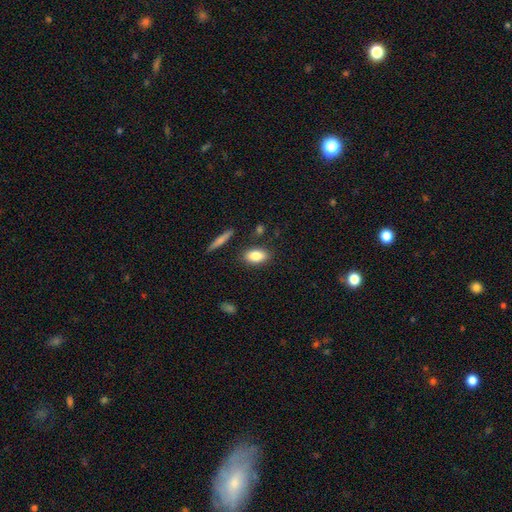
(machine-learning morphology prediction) This is clearly a smooth galaxy (83%). How rounded: clearly in between (86%). Merging: clearly none (84%).